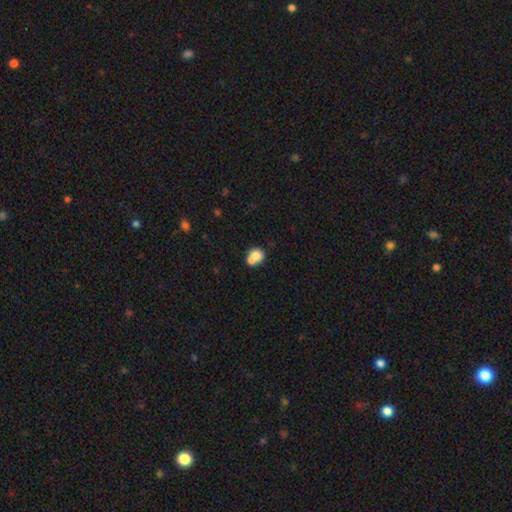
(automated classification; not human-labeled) Overall: smooth (74%). How rounded: round (74%). Merging: merger (54%; none 34%).